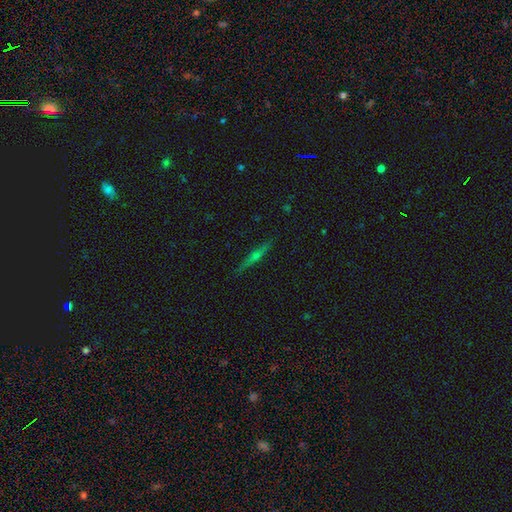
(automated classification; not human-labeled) Smooth or featured? featured or disk (69%)
Edge-on disk? yes (97%)
Edge-on bulge? rounded (77%)
Merging? none (90%)